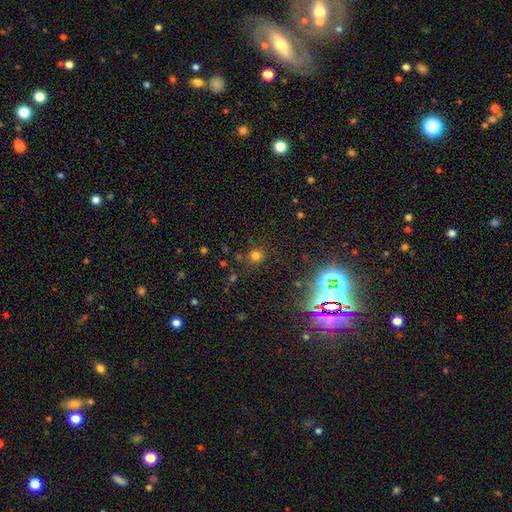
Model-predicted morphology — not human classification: Smooth or featured? Predicted: smooth (p=0.69). How rounded? Predicted: round (p=0.91). Merging? Predicted: none (p=0.86).